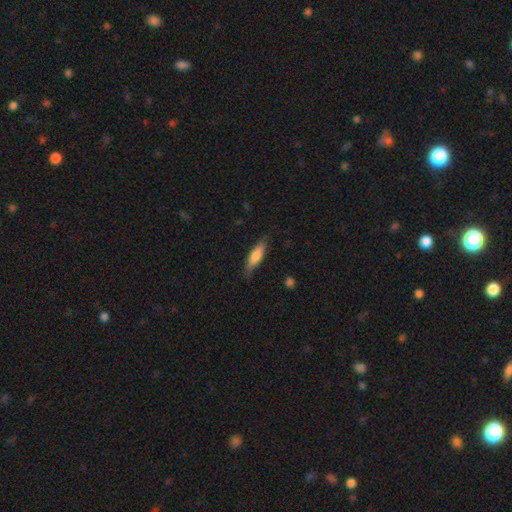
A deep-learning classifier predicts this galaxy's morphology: smooth 70%, featured or disk 24%, star or artifact 6%. Down the decision tree: how rounded — cigar-shaped (61%); merging — none (81%).